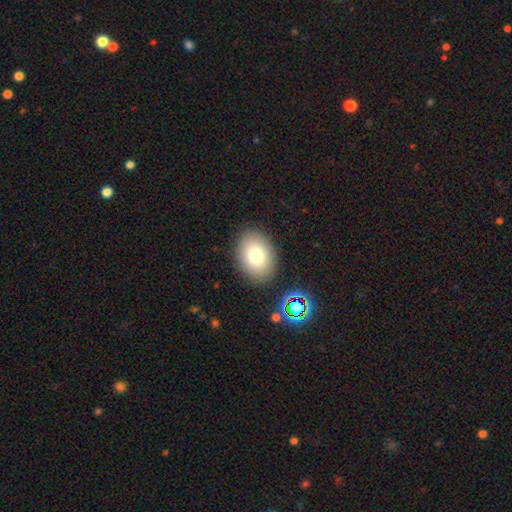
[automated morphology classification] This appears to be a smooth galaxy with no disk features (79%) that is in between round and cigar-shaped (73%). Merging: none (87%).